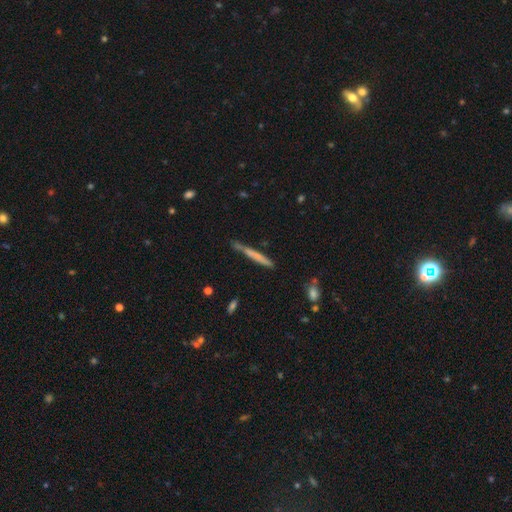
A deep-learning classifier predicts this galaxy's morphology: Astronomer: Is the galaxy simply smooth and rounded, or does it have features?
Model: smooth — 58% (runner-up: featured or disk, 36%).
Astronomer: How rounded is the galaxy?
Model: cigar-shaped — 96%.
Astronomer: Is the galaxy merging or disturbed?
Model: none — 76%.